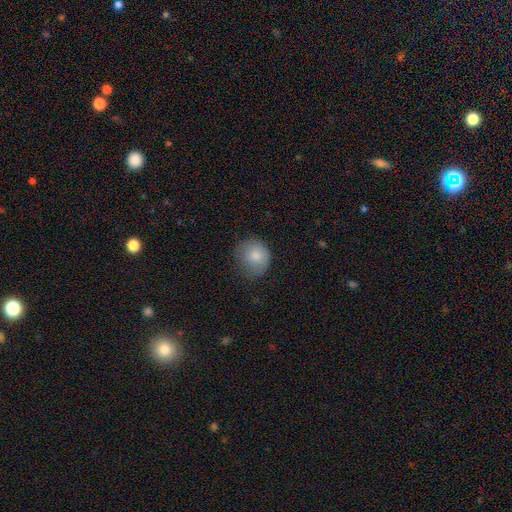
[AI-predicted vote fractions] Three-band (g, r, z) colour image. It shows a smooth galaxy with no disk features (82%) that is round (78%). Merging: none (56%).